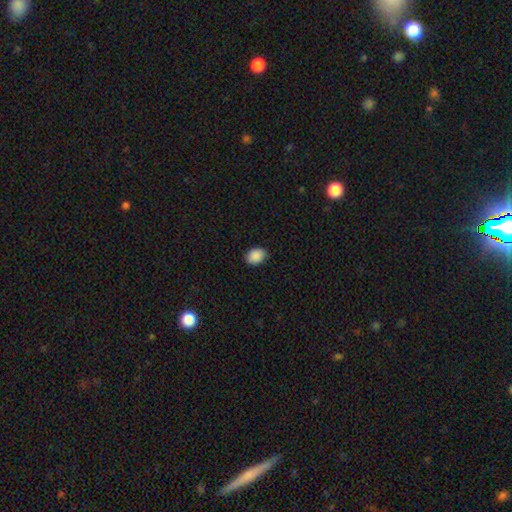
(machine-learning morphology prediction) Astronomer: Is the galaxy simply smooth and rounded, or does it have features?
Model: smooth — 90%.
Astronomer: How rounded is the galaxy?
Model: in between — 68%.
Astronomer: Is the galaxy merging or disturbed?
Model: none — 87%.